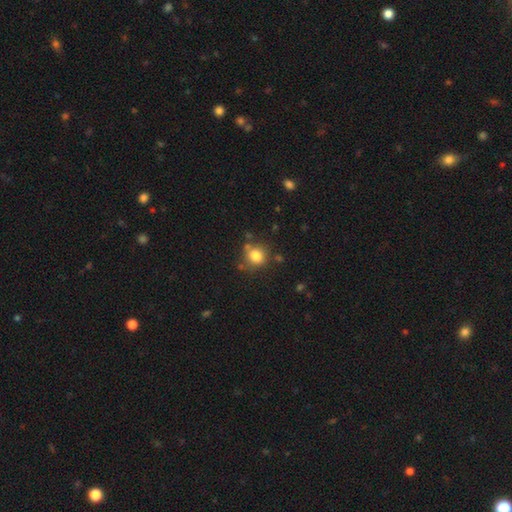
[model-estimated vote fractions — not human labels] Smooth or featured: smooth — 81% (star or artifact — 12%)
How rounded: round — 80% (in between — 19%)
Merging: none — 71% (minor disturbance — 16%)